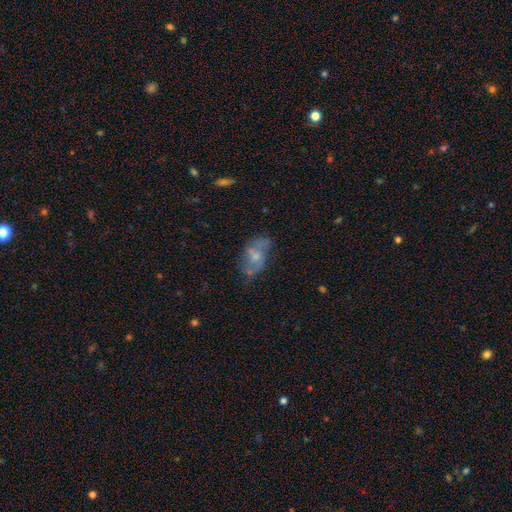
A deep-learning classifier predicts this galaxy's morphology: Smooth or featured? Predicted: featured or disk (p=0.50). Merging? Predicted: none (p=0.49).